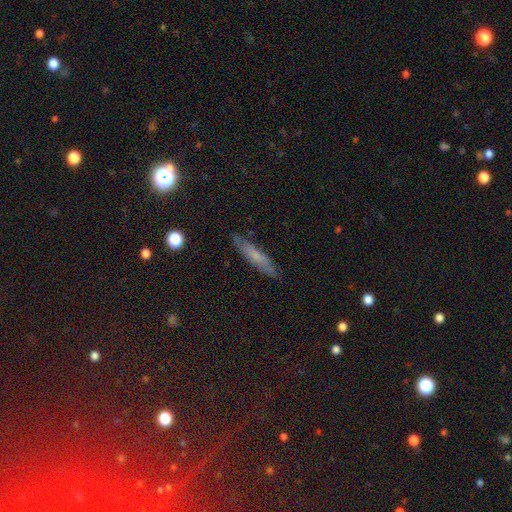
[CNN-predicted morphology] Overall: smooth (58%; featured or disk 32%). How rounded: cigar-shaped (86%). Merging: none (84%).